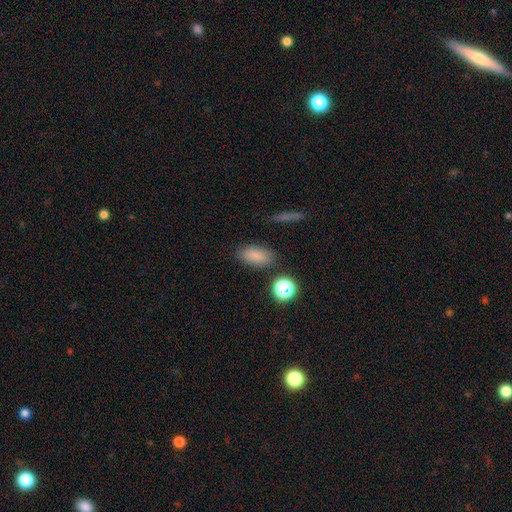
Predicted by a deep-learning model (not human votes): smooth-or-featured: smooth: 82% | star or artifact: 12% | featured or disk: 6%
  how-rounded: in between: 87% | round: 8% | cigar-shaped: 5%
  merging: none: 82% | minor disturbance: 11% | merger: 4% | major disturbance: 3%